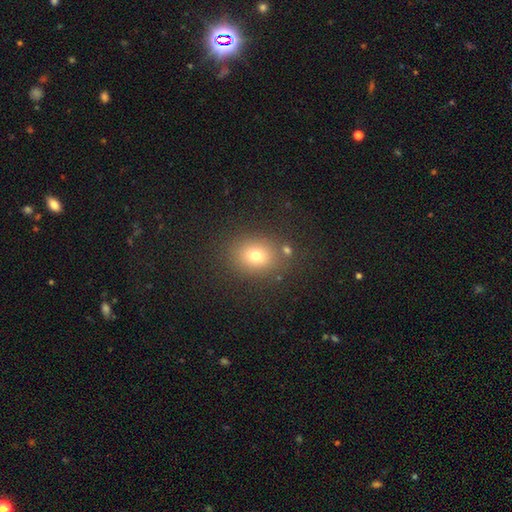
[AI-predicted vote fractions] Overall: smooth (73%). How rounded: in between (50%; round 49%). Merging: none (79%).